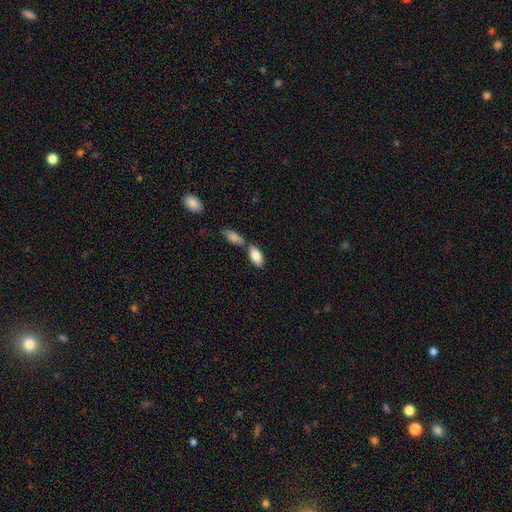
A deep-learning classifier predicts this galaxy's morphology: smooth-or-featured: smooth: 83% | featured or disk: 11% | star or artifact: 6%
  how-rounded: in between: 89% | cigar-shaped: 9% | round: 2%
  merging: none: 53% | merger: 32% | minor disturbance: 12% | major disturbance: 3%